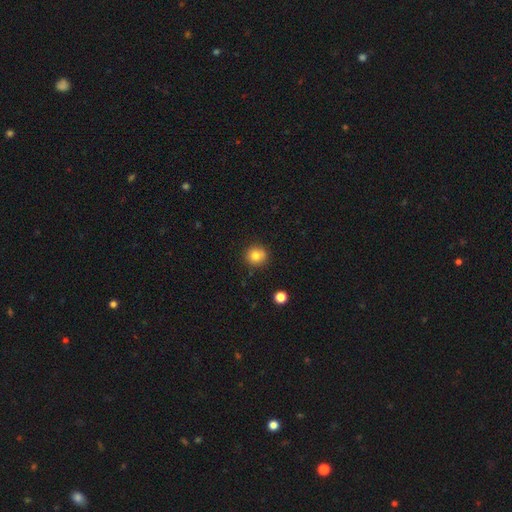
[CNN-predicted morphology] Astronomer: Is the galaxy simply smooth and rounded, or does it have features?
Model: smooth — 80%.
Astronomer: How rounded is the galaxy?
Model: round — 92%.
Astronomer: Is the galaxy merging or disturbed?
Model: none — 82%.